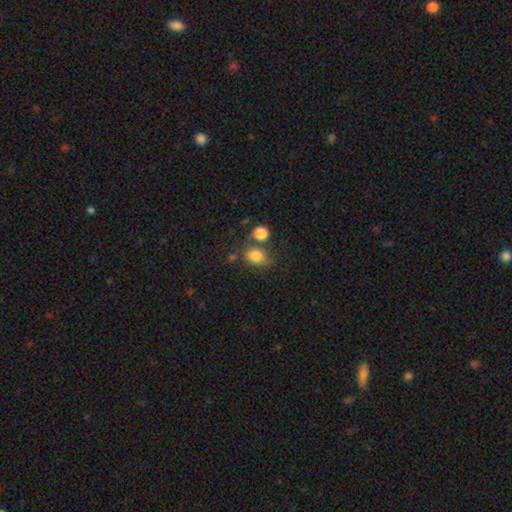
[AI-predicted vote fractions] Overall: smooth (82%). How rounded: in between (55%; round 44%). Merging: none (57%; merger 21%).